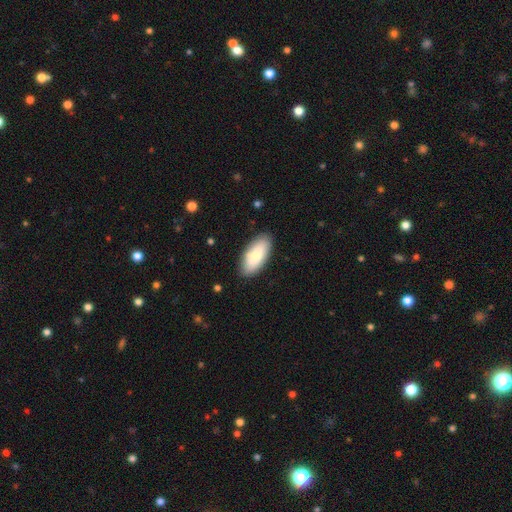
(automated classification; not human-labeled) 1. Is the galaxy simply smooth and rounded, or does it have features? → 76% smooth, 18% featured or disk, 6% star or artifact.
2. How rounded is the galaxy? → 89% in between, 9% cigar-shaped, 2% round.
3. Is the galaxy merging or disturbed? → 85% none, 11% minor disturbance, 2% major disturbance, 2% merger.